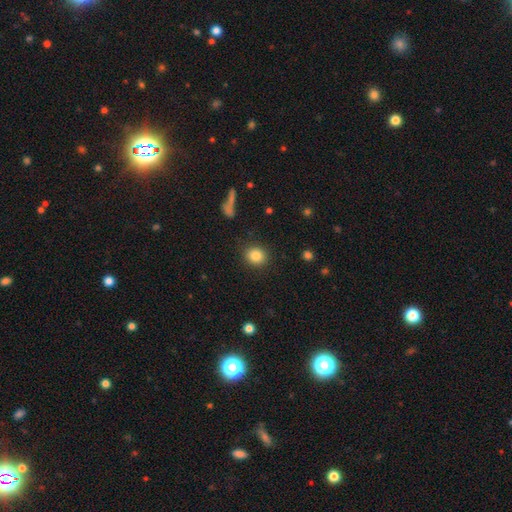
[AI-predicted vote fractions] A smooth galaxy with no disk features (85%) that is round (81%). Merging: none (89%).